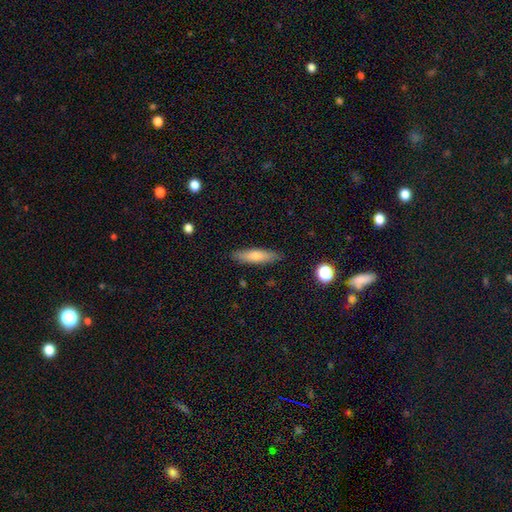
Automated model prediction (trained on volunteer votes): Overall: smooth (73%). How rounded: cigar-shaped (69%; in between 29%). Merging: none (87%).